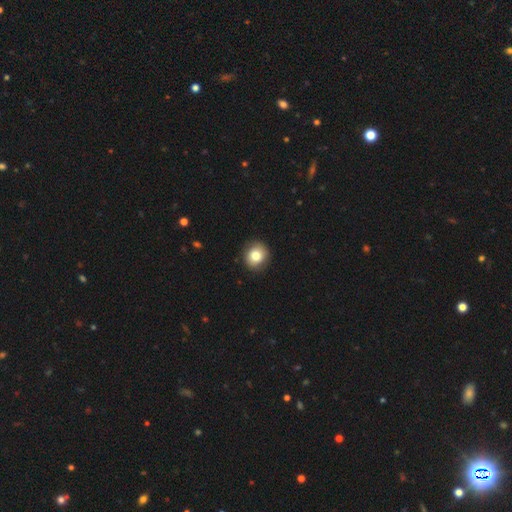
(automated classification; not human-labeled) Overall: smooth (82%). How rounded: round (83%). Merging: none (88%).